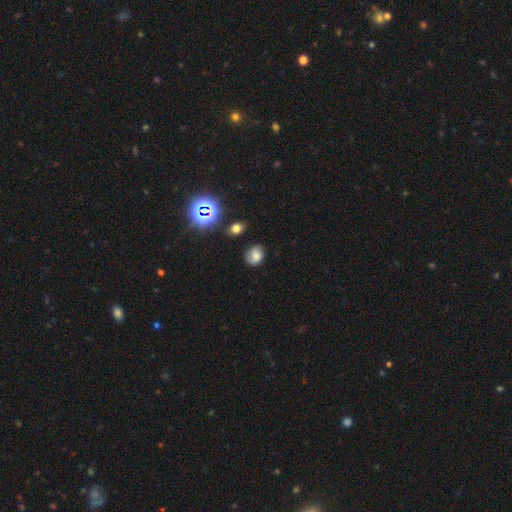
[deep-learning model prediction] A smooth galaxy with no disk features (60%) that is round (50%). Merging: none (66%).